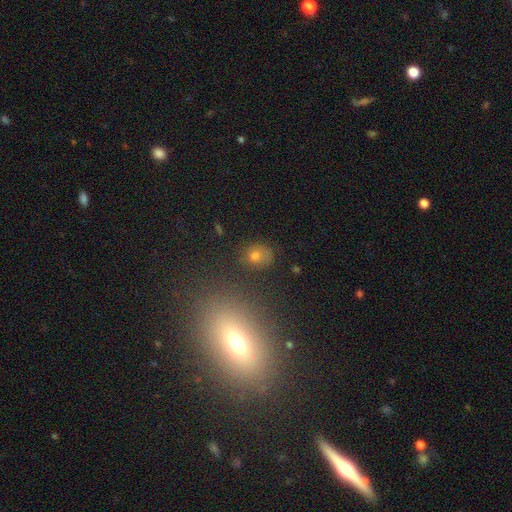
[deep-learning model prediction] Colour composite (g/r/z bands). It shows a smooth galaxy with no disk features (67%) that is round (53%). Merging: none (75%).